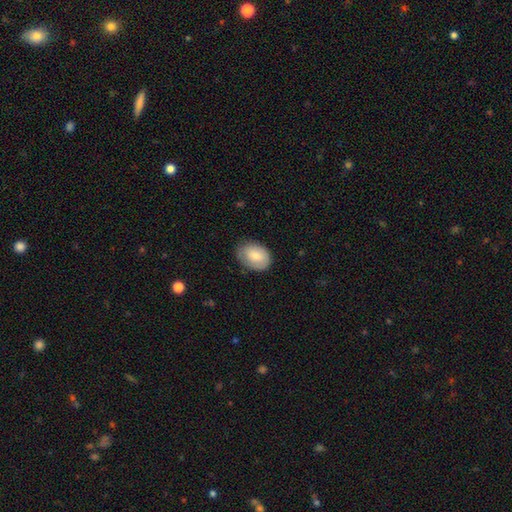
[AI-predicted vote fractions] The model was most divided on "merging": none: 73%, minor disturbance: 21%, major disturbance: 4%, merger: 1%. More confident: smooth or featured — smooth (80%); how rounded — in between (77%).